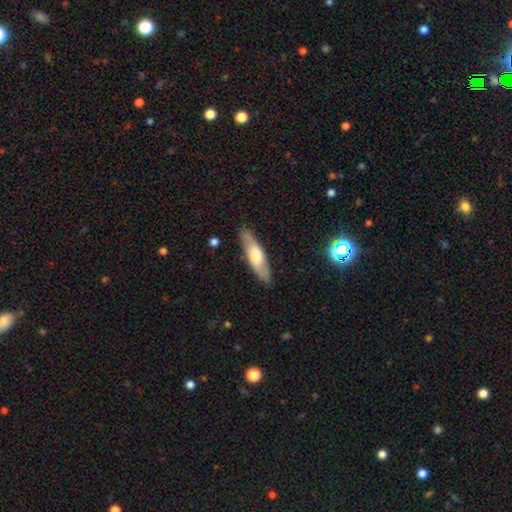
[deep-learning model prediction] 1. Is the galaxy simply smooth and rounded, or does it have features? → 52% smooth, 43% featured or disk, 5% star or artifact.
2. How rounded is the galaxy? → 59% cigar-shaped, 39% in between, 2% round.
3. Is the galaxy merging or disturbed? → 86% none, 10% minor disturbance, 2% major disturbance, 1% merger.